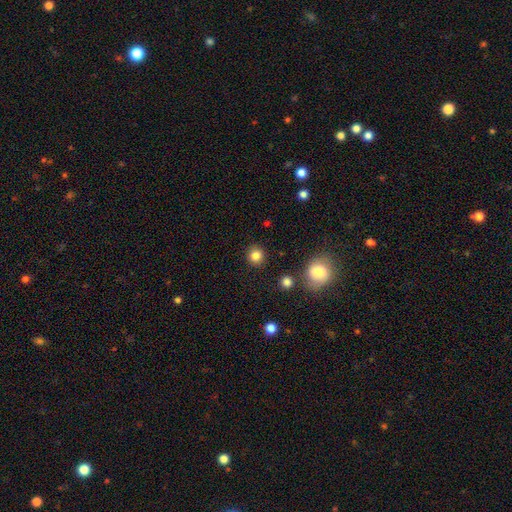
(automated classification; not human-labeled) smooth 84%, star or artifact 11%, featured or disk 5%. Down the decision tree: how rounded — round (87%); merging — none (89%).